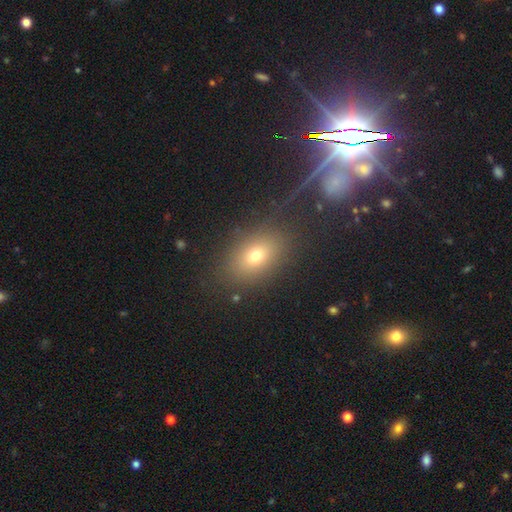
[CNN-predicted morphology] smooth 64%, star or artifact 21%, featured or disk 15%. Down the decision tree: how rounded — in between (71%); merging — none (83%).